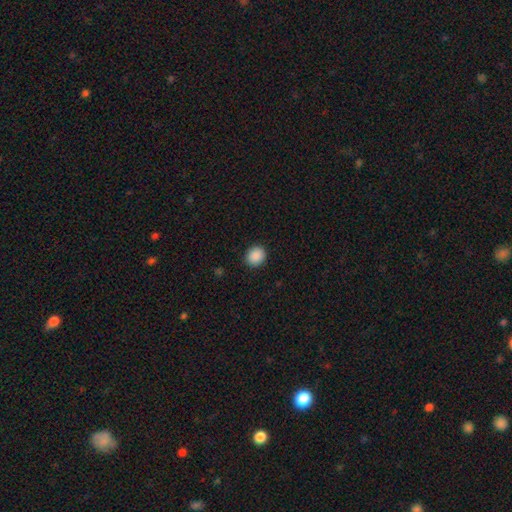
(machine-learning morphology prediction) Smooth or featured? smooth (89%)
How rounded? round (78%)
Merging? none (91%)